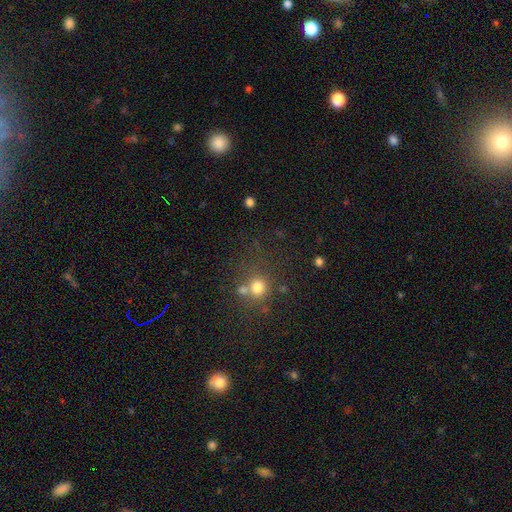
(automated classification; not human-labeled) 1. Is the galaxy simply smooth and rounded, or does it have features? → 49% smooth, 40% star or artifact, 11% featured or disk.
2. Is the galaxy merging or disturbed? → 60% none, 24% merger, 10% minor disturbance, 6% major disturbance.